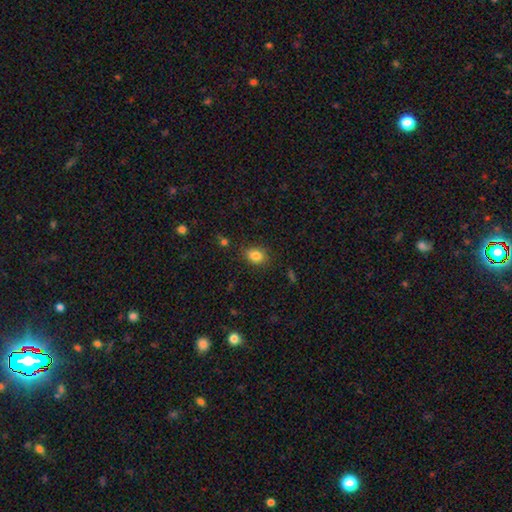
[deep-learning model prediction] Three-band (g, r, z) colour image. It shows a smooth galaxy with no disk features (84%) that is in between round and cigar-shaped (64%). Merging: none (83%).